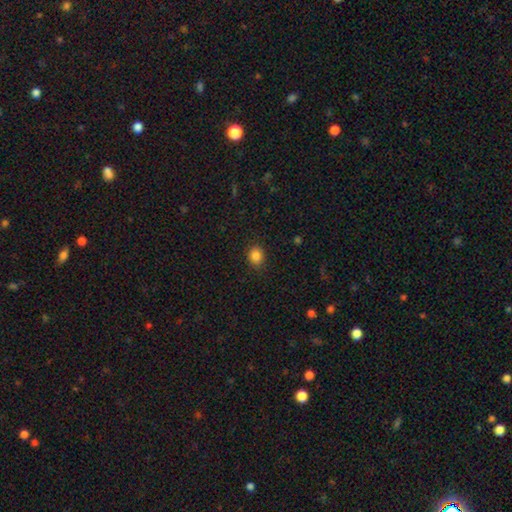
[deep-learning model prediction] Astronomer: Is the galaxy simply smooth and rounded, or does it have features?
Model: smooth — 86%.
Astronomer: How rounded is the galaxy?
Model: round — 61% (runner-up: in between, 38%).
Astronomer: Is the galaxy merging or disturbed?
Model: none — 87%.